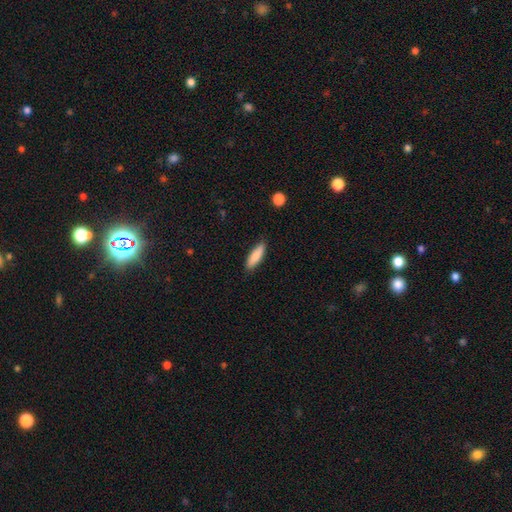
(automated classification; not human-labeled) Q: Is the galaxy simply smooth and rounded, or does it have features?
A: smooth — 84%.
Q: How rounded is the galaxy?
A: cigar-shaped — 54%.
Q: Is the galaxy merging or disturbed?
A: none — 86%.